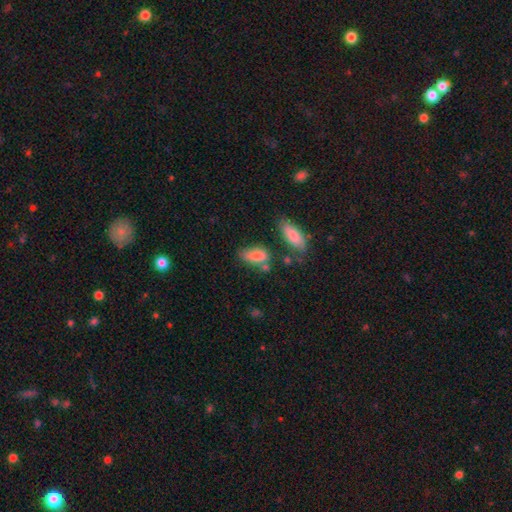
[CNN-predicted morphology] smooth 81%, featured or disk 11%, star or artifact 8%. Down the decision tree: how rounded — in between (85%); merging — none (49%).